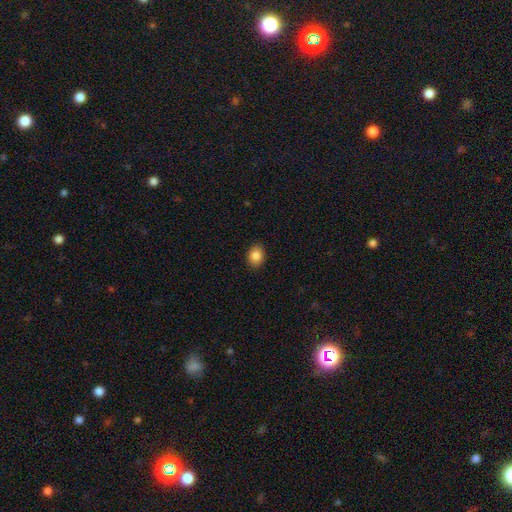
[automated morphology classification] Smooth or featured? Predicted: smooth (p=0.86). How rounded? Predicted: in between (p=0.57). Merging? Predicted: none (p=0.88).